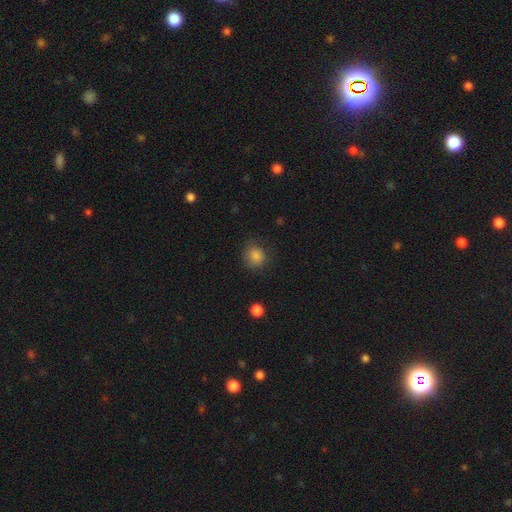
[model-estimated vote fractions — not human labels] Smooth or featured: smooth — 84% (star or artifact — 11%)
How rounded: round — 85% (in between — 14%)
Merging: none — 77% (minor disturbance — 16%)